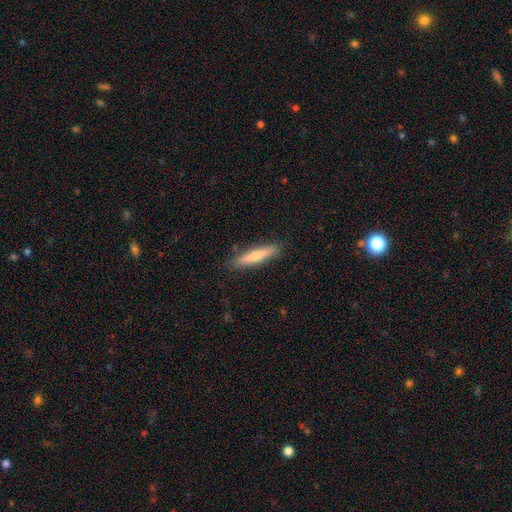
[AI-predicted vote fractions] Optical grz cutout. It shows a smooth galaxy with no disk features (61%) that is cigar-shaped (89%). Merging: none (88%).